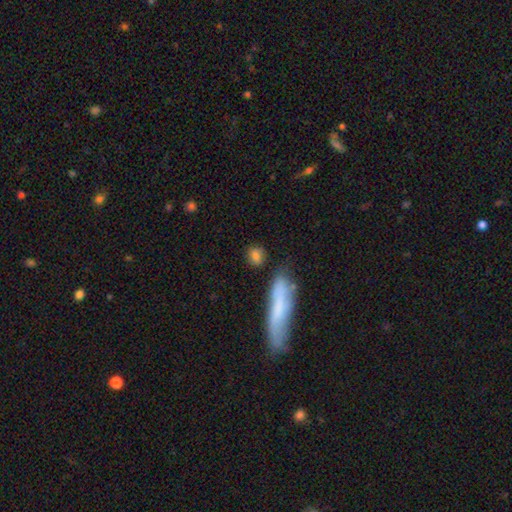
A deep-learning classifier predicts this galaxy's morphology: Smooth or featured? Predicted: smooth (p=0.81). How rounded? Predicted: round (p=0.55). Merging? Predicted: none (p=0.78).